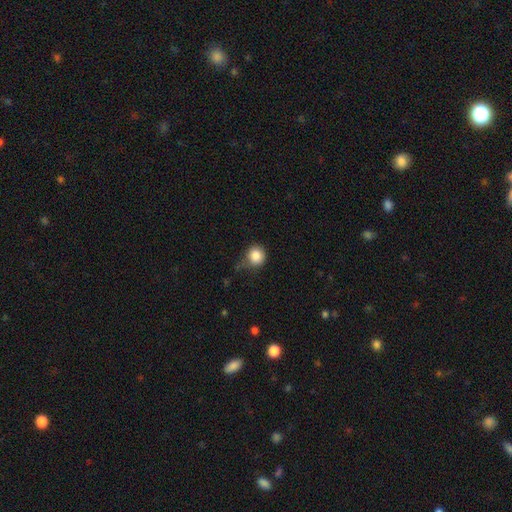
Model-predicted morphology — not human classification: smooth_or_featured: smooth (p=0.85) [alt: star or artifact p=0.10]
how_rounded: round (p=0.90) [alt: in between p=0.09]
merging: none (p=0.61) [alt: minor disturbance p=0.28]